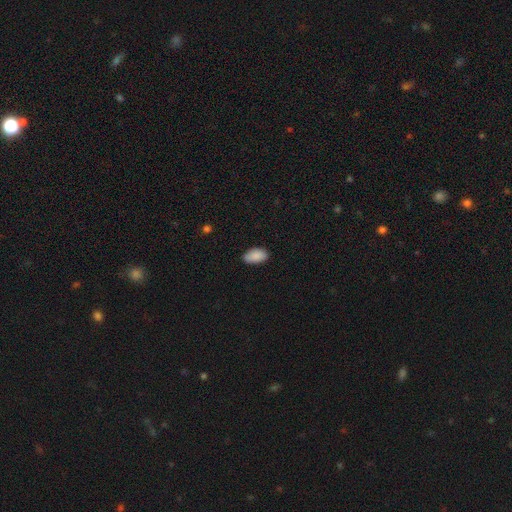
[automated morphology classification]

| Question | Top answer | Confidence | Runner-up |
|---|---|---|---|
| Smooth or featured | smooth | 89% | star or artifact (7%) |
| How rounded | in between | 95% | round (4%) |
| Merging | none | 83% | minor disturbance (14%) |